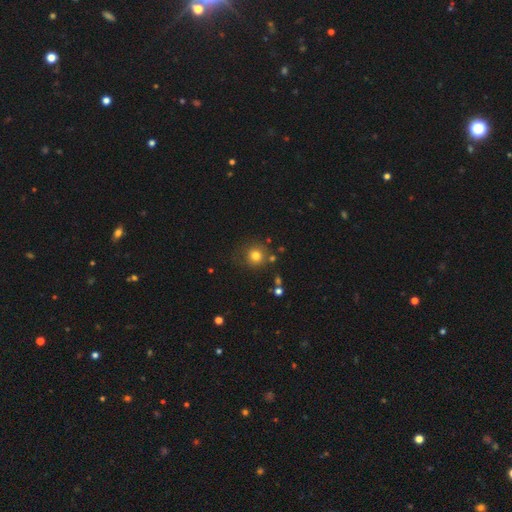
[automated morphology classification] smooth-or-featured: smooth: 78% | star or artifact: 14% | featured or disk: 8%
  how-rounded: round: 91% | in between: 8% | cigar-shaped: 1%
  merging: none: 78% | minor disturbance: 12% | merger: 5% | major disturbance: 5%